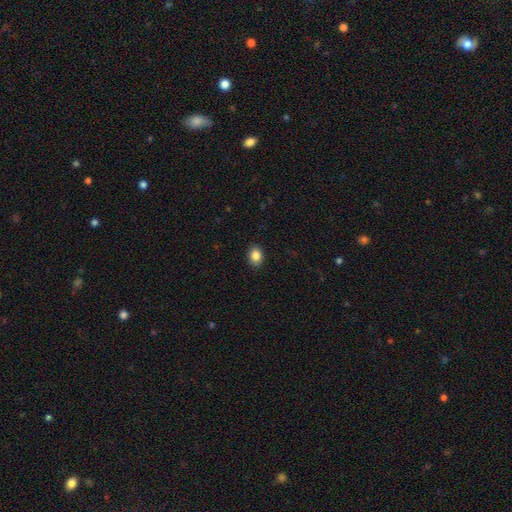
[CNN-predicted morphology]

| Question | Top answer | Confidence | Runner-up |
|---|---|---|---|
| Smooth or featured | smooth | 86% | star or artifact (9%) |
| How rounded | in between | 60% | round (39%) |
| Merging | none | 90% | minor disturbance (7%) |